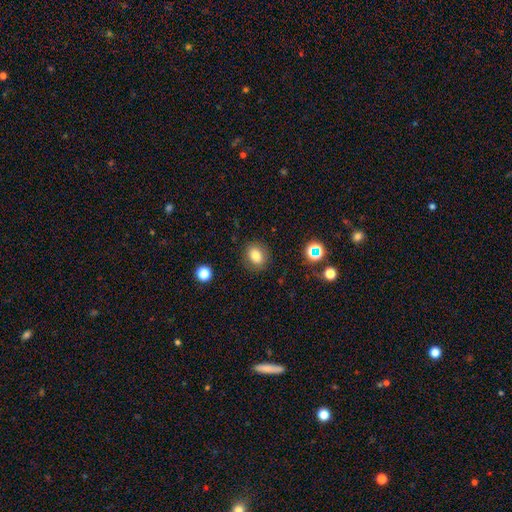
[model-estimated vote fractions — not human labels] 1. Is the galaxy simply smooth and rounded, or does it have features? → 80% smooth, 12% star or artifact, 8% featured or disk.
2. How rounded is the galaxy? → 52% round, 46% in between, 1% cigar-shaped.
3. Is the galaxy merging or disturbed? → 85% none, 10% minor disturbance, 3% major disturbance, 2% merger.